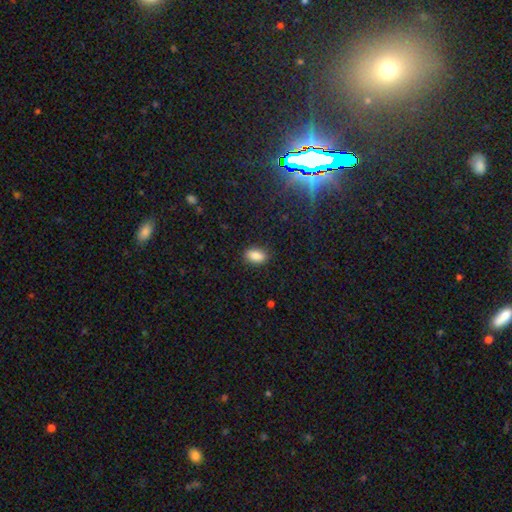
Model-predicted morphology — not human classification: Smooth or featured: smooth — 87% (star or artifact — 8%)
How rounded: in between — 90% (round — 8%)
Merging: none — 86% (minor disturbance — 10%)